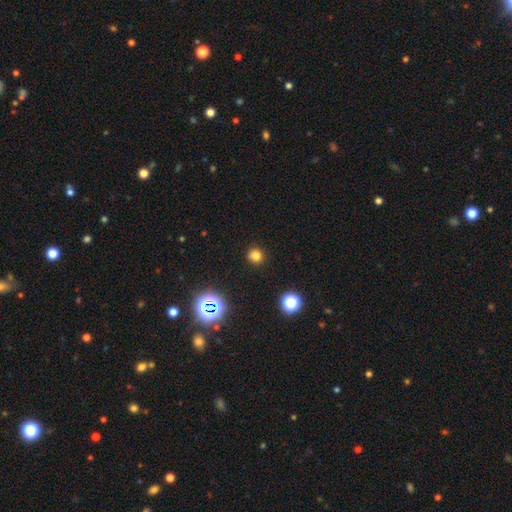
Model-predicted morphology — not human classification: A smooth galaxy with no disk features (76%) that is round (91%). Merging: none (90%).